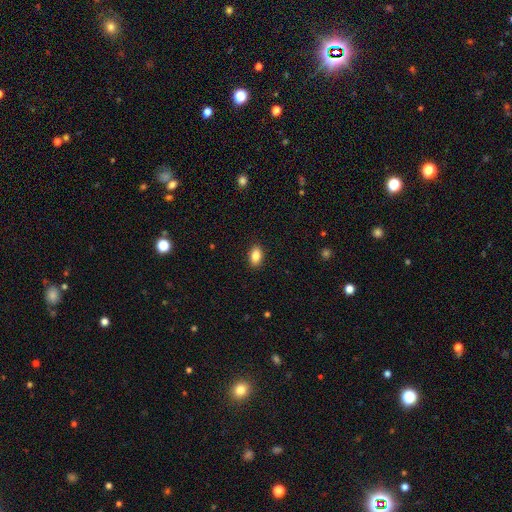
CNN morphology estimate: smooth-or-featured: smooth: 86% | star or artifact: 8% | featured or disk: 6%
  how-rounded: in between: 89% | round: 9% | cigar-shaped: 2%
  merging: none: 89% | minor disturbance: 8% | major disturbance: 2% | merger: 1%